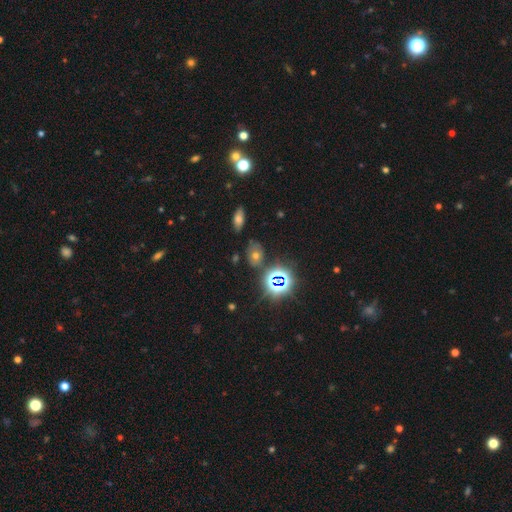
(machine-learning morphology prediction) This is possibly a smooth galaxy (49%). Merging: likely none (73%).